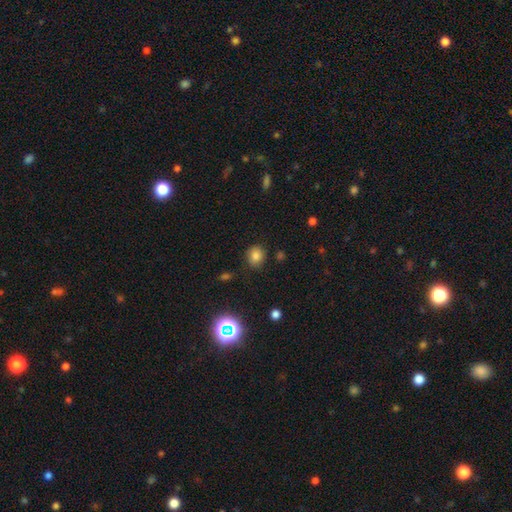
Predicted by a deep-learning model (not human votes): This appears to be a smooth galaxy with no disk features (78%) that is round (74%). Merging: none (83%).